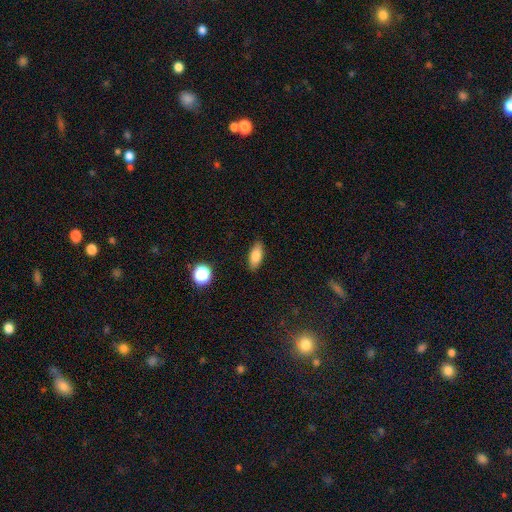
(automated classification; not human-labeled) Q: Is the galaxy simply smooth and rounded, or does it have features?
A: smooth — 82%.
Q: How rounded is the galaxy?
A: in between — 81%.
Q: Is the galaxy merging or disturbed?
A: none — 87%.